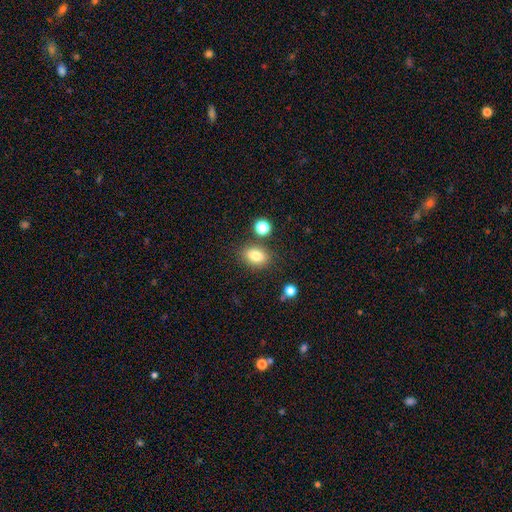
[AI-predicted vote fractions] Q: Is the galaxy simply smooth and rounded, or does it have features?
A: smooth — 81%.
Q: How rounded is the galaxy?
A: in between — 74%.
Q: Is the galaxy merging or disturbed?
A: none — 79%.